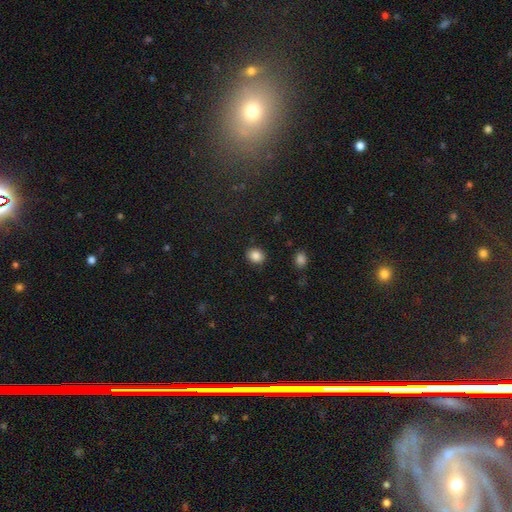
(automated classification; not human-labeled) Morphology: type=smooth (86%); roundness=round (65%); merging=none (88%).